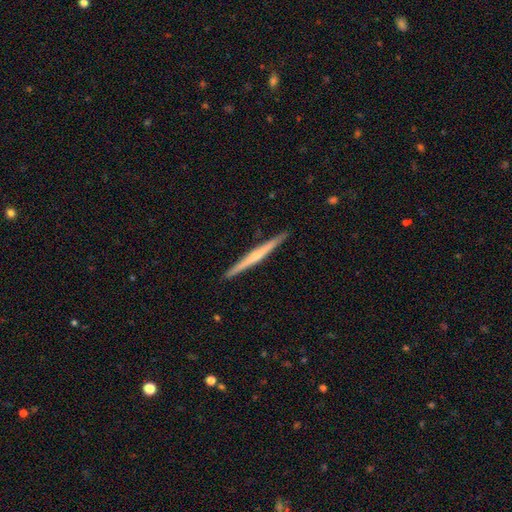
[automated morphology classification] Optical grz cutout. It shows a featured or disk galaxy (64%) viewed edge-on (98%) with no central bulge (52%). Merging: none (93%).